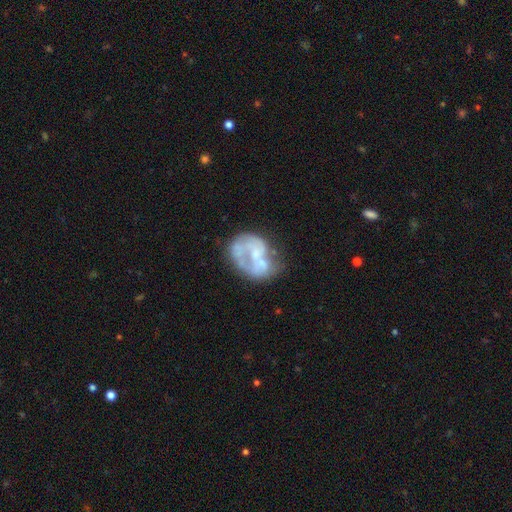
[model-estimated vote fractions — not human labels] This is likely a featured or disk galaxy (64%). It is clearly not viewed edge-on (98%). Bar: likely no (78%). Spiral arm pattern: likely no (67%). Central bulge: marginally none (39%). Merging: marginally none (34%).